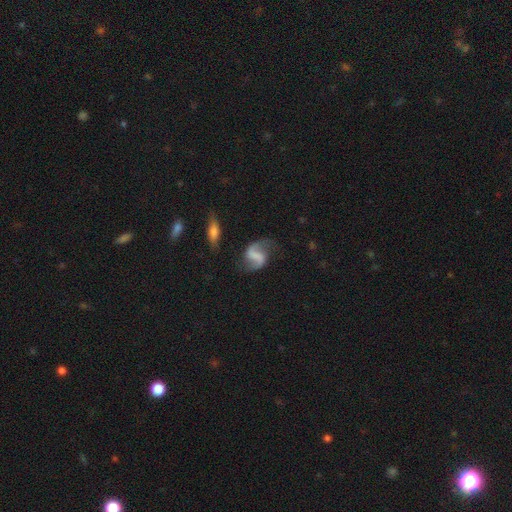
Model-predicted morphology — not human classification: This is likely a featured or disk galaxy (79%). It is clearly not viewed edge-on (97%). Bar: marginally strong (40%). Spiral arm pattern: clearly yes (94%). Spiral arm count: clearly 2 (91%). Spiral winding: possibly loose (59%). Central bulge: likely none (64%). Merging: likely none (69%).